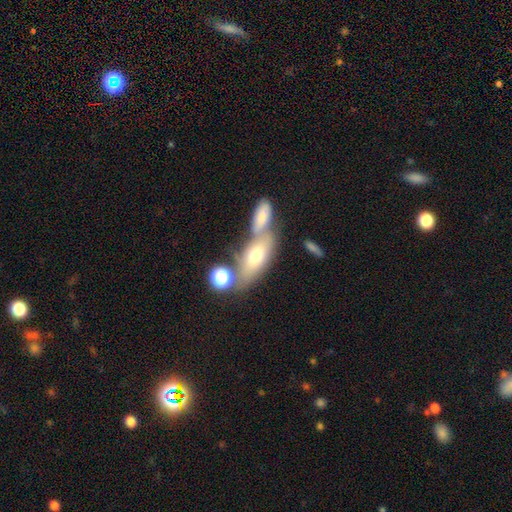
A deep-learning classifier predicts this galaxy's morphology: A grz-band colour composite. It shows a smooth galaxy with no disk features (62%) that is in between round and cigar-shaped (76%). Merging: none (45%).